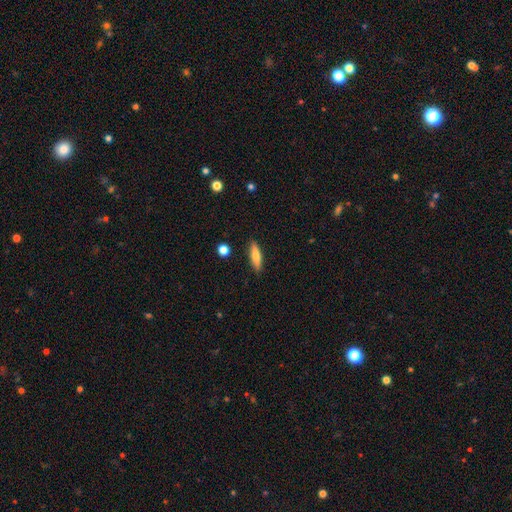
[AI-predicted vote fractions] A smooth galaxy with no disk features (74%) that is cigar-shaped (70%).

Vote fractions:
- Smooth or featured? smooth: 74% / featured or disk: 20% / star or artifact: 7%
- How rounded? cigar-shaped: 70% / in between: 28% / round: 2%
- Merging? none: 88% / minor disturbance: 8% / major disturbance: 2% / merger: 1%